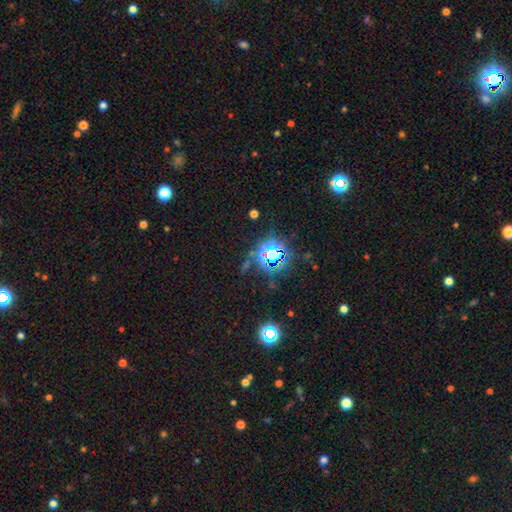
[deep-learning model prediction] Q: Smooth or featured?
A: star or artifact (79%); runner-up: smooth (13%)